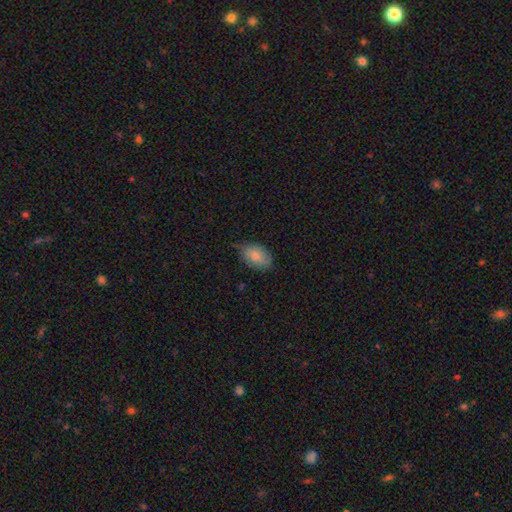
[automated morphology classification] smooth-or-featured: smooth: 81% | featured or disk: 13% | star or artifact: 6%
  how-rounded: in between: 91% | round: 8% | cigar-shaped: 2%
  merging: none: 66% | minor disturbance: 28% | major disturbance: 4% | merger: 1%